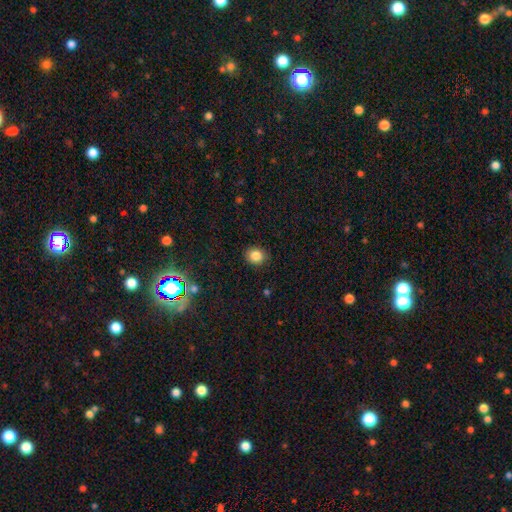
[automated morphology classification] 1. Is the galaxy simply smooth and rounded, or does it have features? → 84% smooth, 11% star or artifact, 5% featured or disk.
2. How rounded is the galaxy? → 70% round, 29% in between, 1% cigar-shaped.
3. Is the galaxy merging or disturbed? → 89% none, 8% minor disturbance, 2% major disturbance, 1% merger.